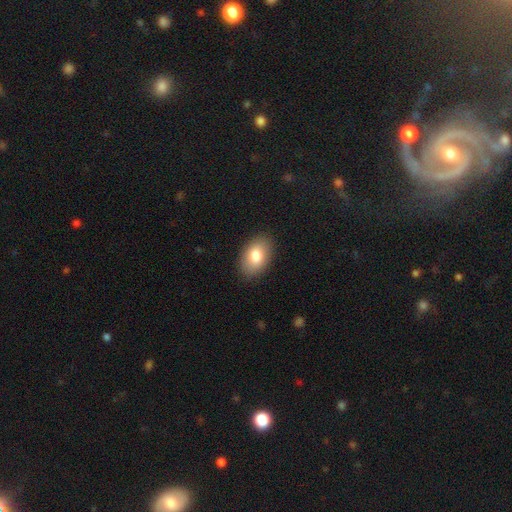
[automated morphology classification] This is clearly a smooth galaxy (80%). How rounded: clearly in between (89%). Merging: clearly none (87%).